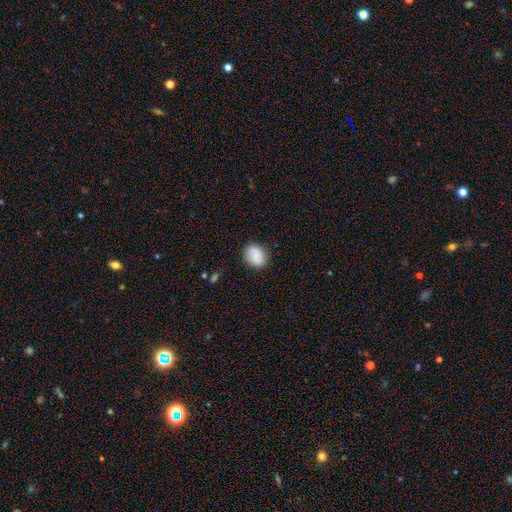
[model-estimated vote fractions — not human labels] smooth 81%, featured or disk 12%, star or artifact 8%. Down the decision tree: how rounded — in between (54%); merging — none (81%).